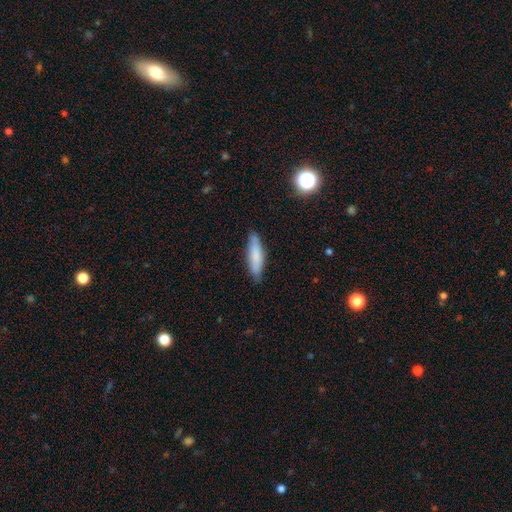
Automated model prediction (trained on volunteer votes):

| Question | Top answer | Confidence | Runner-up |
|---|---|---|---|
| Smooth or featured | smooth | 80% | featured or disk (14%) |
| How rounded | cigar-shaped | 69% | in between (30%) |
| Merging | none | 83% | minor disturbance (14%) |